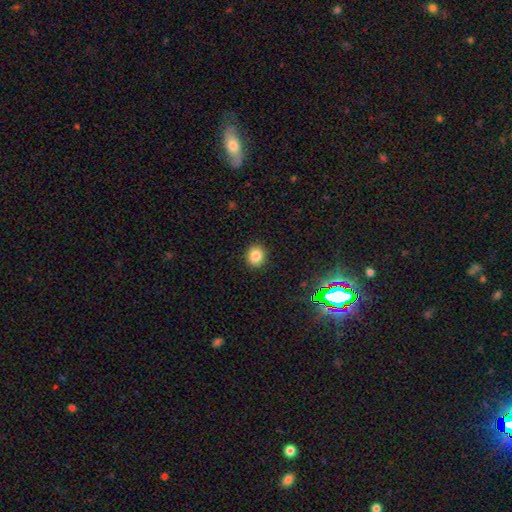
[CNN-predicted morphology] Smooth or featured? smooth (83%)
How rounded? round (78%)
Merging? none (91%)